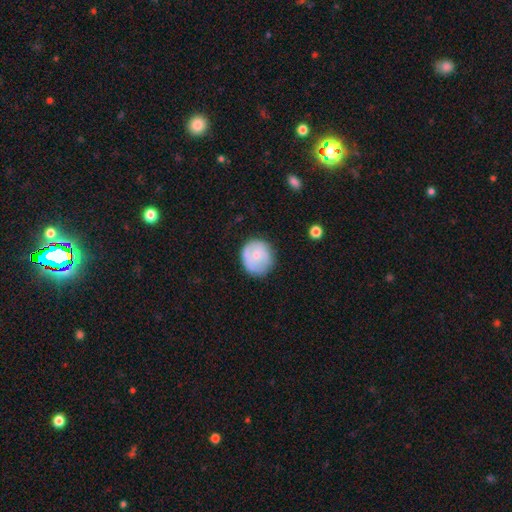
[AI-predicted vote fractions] This is likely a smooth galaxy (67%). How rounded: clearly round (87%). Merging: likely none (75%).